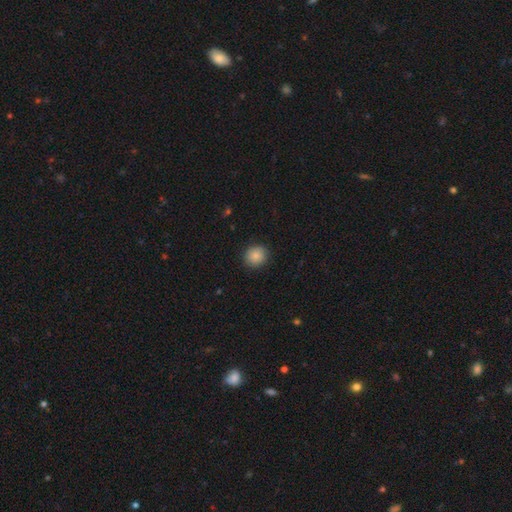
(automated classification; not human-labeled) The model was most divided on "how rounded": round: 87%, in between: 12%, cigar-shaped: 1%. More confident: merging — none (90%); smooth or featured — smooth (87%).